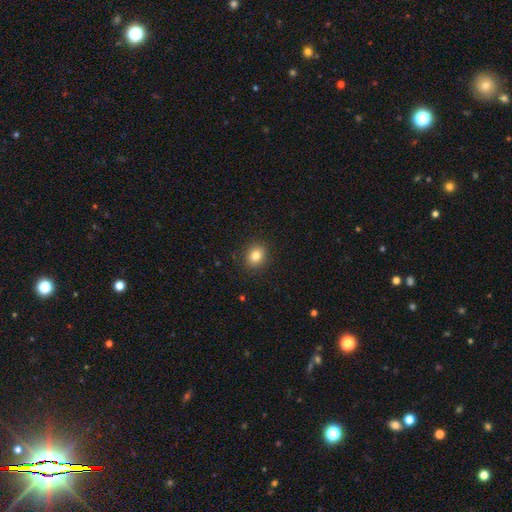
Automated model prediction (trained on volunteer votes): A smooth galaxy with no disk features (82%) that is round (69%).

Vote fractions:
- Smooth or featured? smooth: 82% / star or artifact: 11% / featured or disk: 7%
- How rounded? round: 69% / in between: 30% / cigar-shaped: 1%
- Merging? none: 90% / minor disturbance: 7% / major disturbance: 2% / merger: 1%